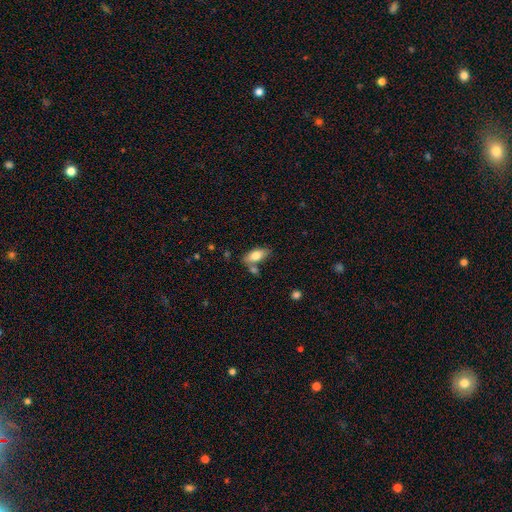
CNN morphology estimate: A smooth galaxy with no disk features (76%) that is in between round and cigar-shaped (85%).

Vote fractions:
- Smooth or featured? smooth: 76% / featured or disk: 17% / star or artifact: 7%
- How rounded? in between: 85% / cigar-shaped: 12% / round: 3%
- Merging? none: 65% / merger: 15% / minor disturbance: 15% / major disturbance: 4%